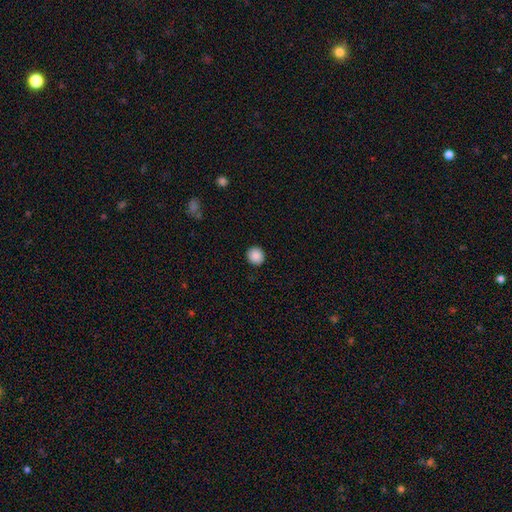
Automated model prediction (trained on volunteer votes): Morphology: type=smooth (89%); roundness=round (91%); merging=none (92%).